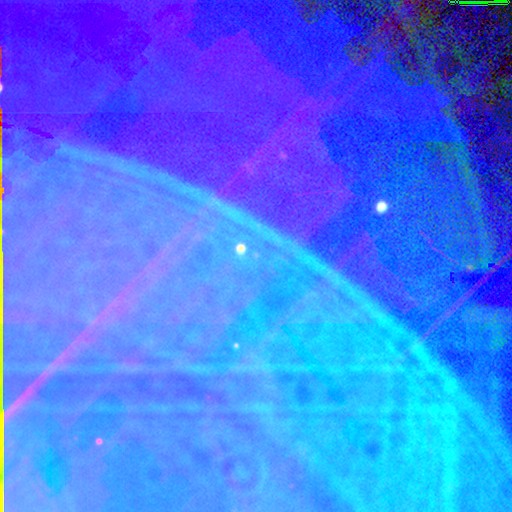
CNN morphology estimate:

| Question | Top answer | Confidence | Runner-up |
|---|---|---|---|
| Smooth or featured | star or artifact | 89% | featured or disk (6%) |